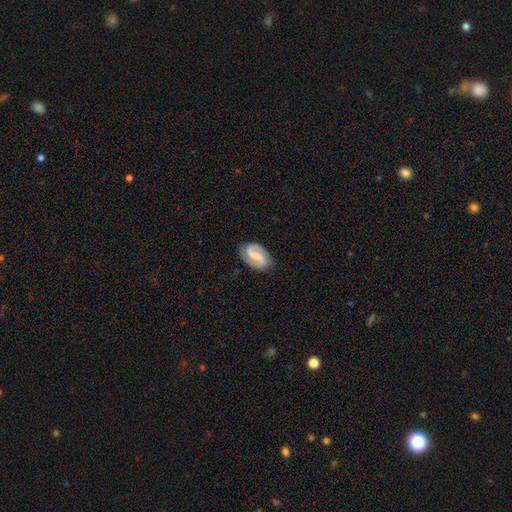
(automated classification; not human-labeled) Smooth or featured? featured or disk (82%)
Edge-on disk? no (98%)
Bar? weak (48%)
Spiral arms? yes (96%)
Spiral winding? medium (47%)
Spiral arm count? 2 (92%)
Bulge size? small (46%)
Merging? none (84%)